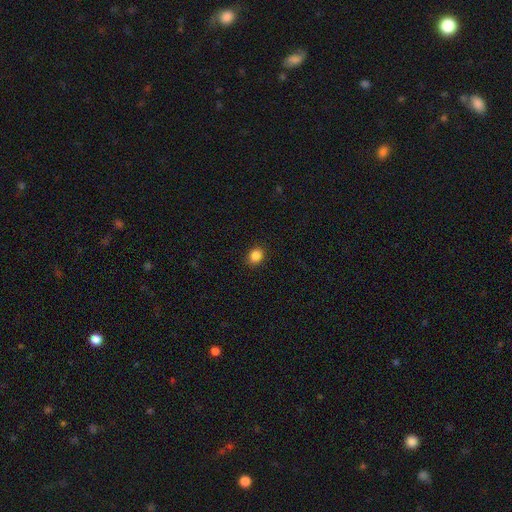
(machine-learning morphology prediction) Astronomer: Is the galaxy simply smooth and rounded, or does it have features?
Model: smooth — 86%.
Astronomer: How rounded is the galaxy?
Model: round — 64%.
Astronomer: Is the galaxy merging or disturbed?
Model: none — 90%.